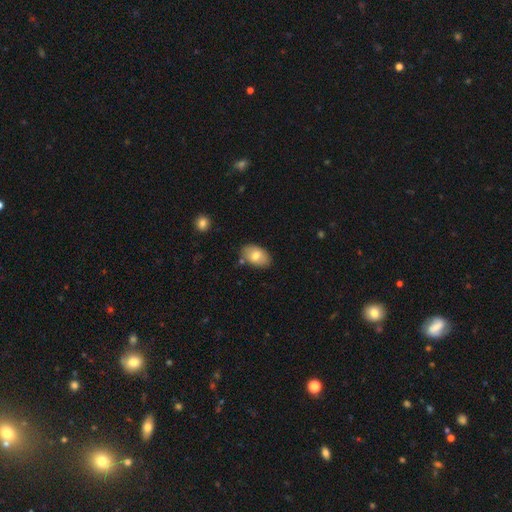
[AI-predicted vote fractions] smooth_or_featured: smooth (p=0.75) [alt: featured or disk p=0.18]
how_rounded: in between (p=0.90) [alt: round p=0.09]
merging: none (p=0.77) [alt: minor disturbance p=0.15]